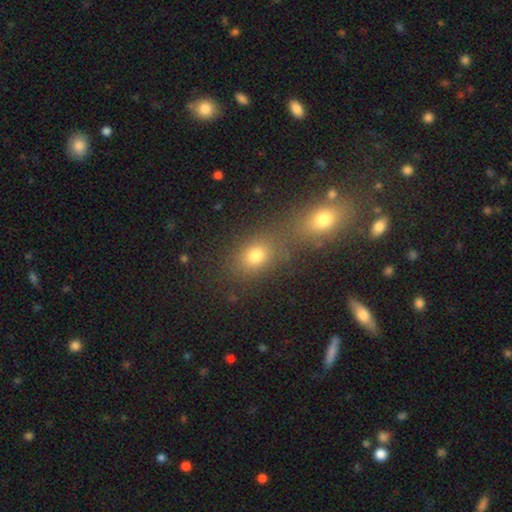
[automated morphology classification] A smooth galaxy with no disk features (72%) that is in between round and cigar-shaped (54%).

Vote fractions:
- Smooth or featured? smooth: 72% / star or artifact: 17% / featured or disk: 10%
- How rounded? in between: 54% / round: 44% / cigar-shaped: 2%
- Merging? none: 51% / merger: 37% / minor disturbance: 8% / major disturbance: 4%